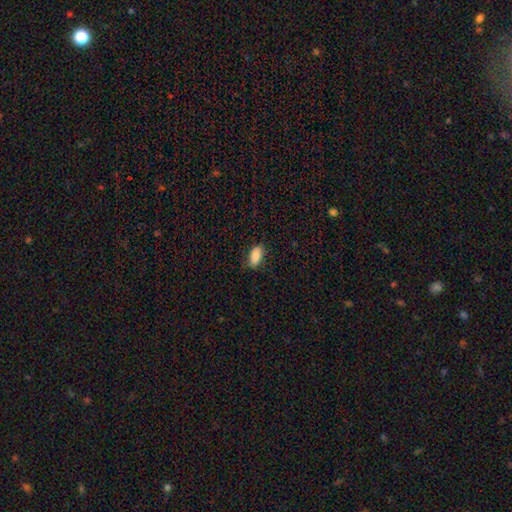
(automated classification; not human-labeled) A smooth galaxy with no disk features (86%) that is in between round and cigar-shaped (92%). Merging: none (80%).